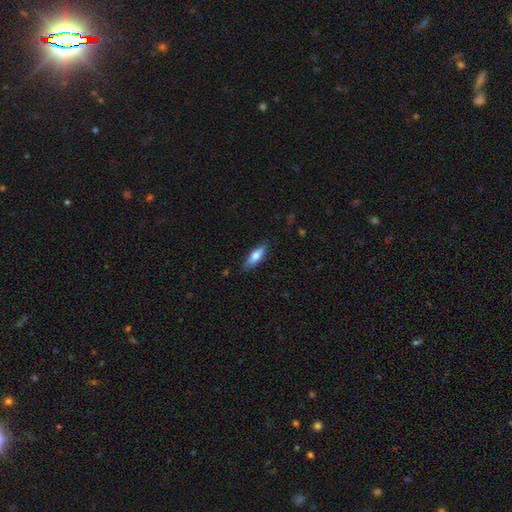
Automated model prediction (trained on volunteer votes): A smooth galaxy with no disk features (71%) that is in between round and cigar-shaped (57%).

Vote fractions:
- Smooth or featured? smooth: 71% / featured or disk: 23% / star or artifact: 6%
- How rounded? in between: 57% / cigar-shaped: 41% / round: 2%
- Merging? none: 81% / minor disturbance: 16% / major disturbance: 3% / merger: 1%